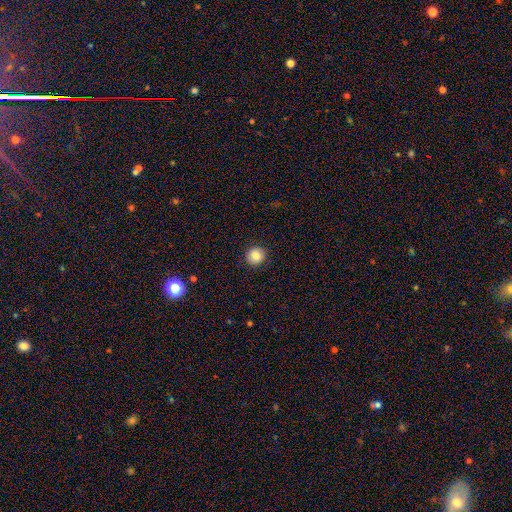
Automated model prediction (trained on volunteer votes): Smooth or featured? Predicted: smooth (p=0.85). How rounded? Predicted: round (p=0.92). Merging? Predicted: none (p=0.91).